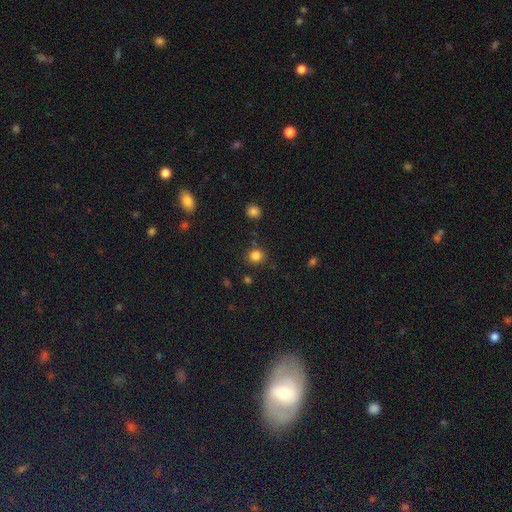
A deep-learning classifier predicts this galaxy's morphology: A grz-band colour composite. It shows a smooth galaxy with no disk features (83%) that is round (82%). Merging: none (85%).